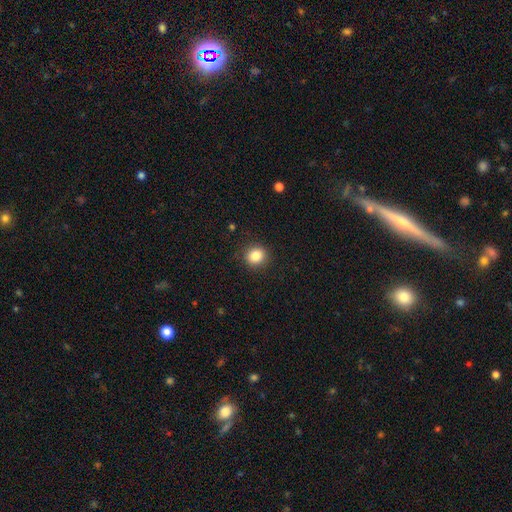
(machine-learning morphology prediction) smooth_or_featured: smooth (p=0.85) [alt: star or artifact p=0.10]
how_rounded: round (p=0.86) [alt: in between p=0.13]
merging: none (p=0.90) [alt: minor disturbance p=0.06]